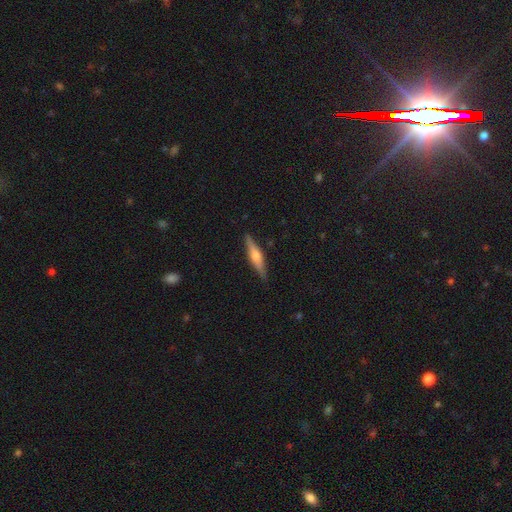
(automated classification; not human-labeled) Q: Smooth or featured?
A: featured or disk (60%); runner-up: smooth (35%)
Q: Edge-on disk?
A: yes (96%); runner-up: no (4%)
Q: Edge-on bulge?
A: rounded (85%); runner-up: boxy (9%)
Q: Merging?
A: none (88%); runner-up: minor disturbance (9%)